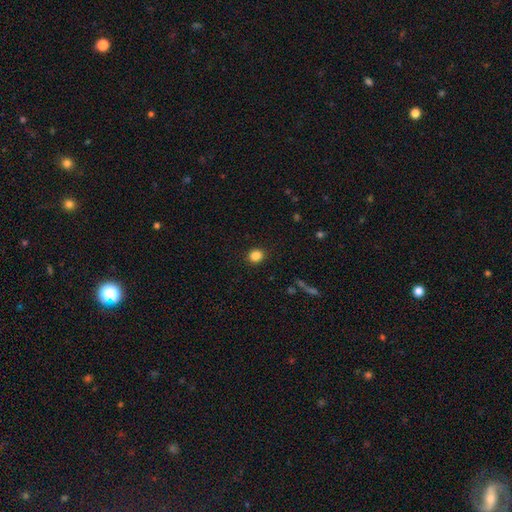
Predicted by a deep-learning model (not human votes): This appears to be a smooth galaxy with no disk features (86%) that is round (76%). Merging: none (90%).